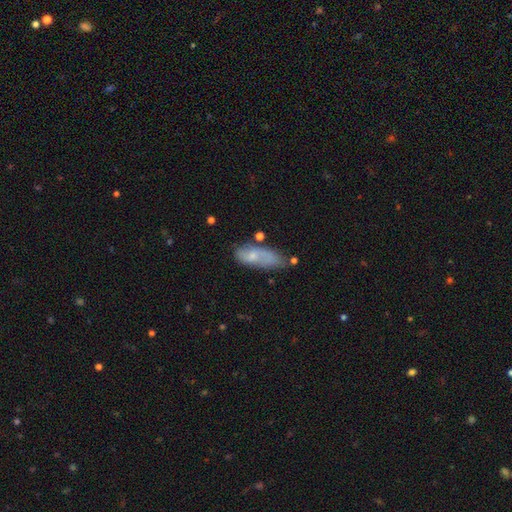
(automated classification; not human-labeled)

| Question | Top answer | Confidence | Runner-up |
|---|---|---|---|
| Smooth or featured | smooth | 63% | featured or disk (29%) |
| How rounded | in between | 70% | cigar-shaped (27%) |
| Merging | none | 48% | minor disturbance (31%) |